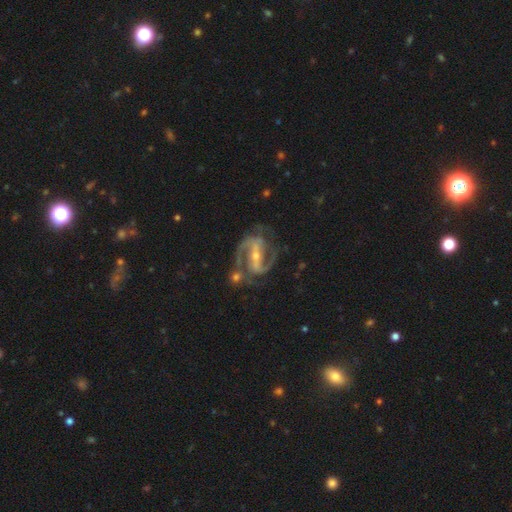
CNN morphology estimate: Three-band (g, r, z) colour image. It shows a featured or disk galaxy (92%) with a strong bar (69%), 2 (90%) medium (60%) spiral arms (98%) and a small central bulge (64%). Merging: none (65%).